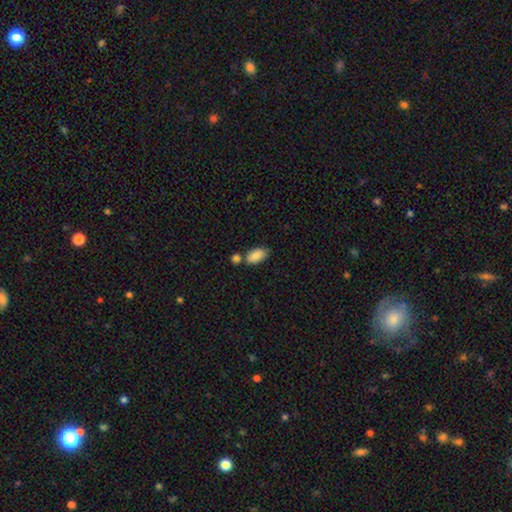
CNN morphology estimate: This appears to be a smooth galaxy with no disk features (87%) that is in between round and cigar-shaped (93%). Merging: none (60%).